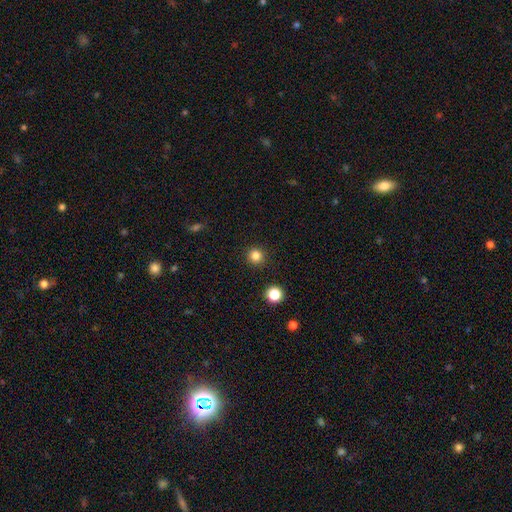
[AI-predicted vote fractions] Q: Smooth or featured?
A: smooth (83%); runner-up: star or artifact (13%)
Q: How rounded?
A: round (95%); runner-up: in between (4%)
Q: Merging?
A: none (92%); runner-up: minor disturbance (5%)